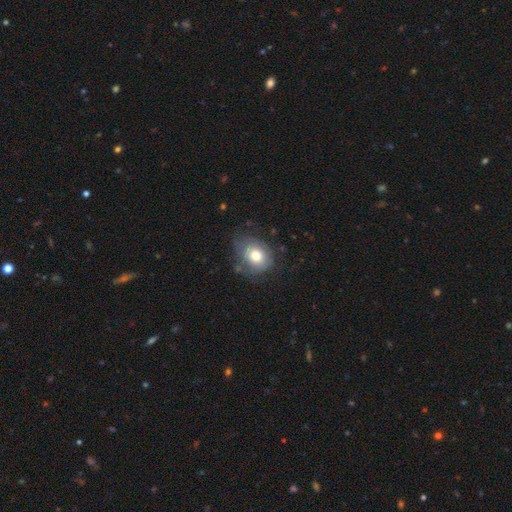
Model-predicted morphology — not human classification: A smooth galaxy with no disk features (69%) that is in between round and cigar-shaped (55%).

Vote fractions:
- Smooth or featured? smooth: 69% / featured or disk: 23% / star or artifact: 8%
- How rounded? in between: 55% / round: 44% / cigar-shaped: 1%
- Merging? none: 59% / minor disturbance: 27% / major disturbance: 12% / merger: 2%